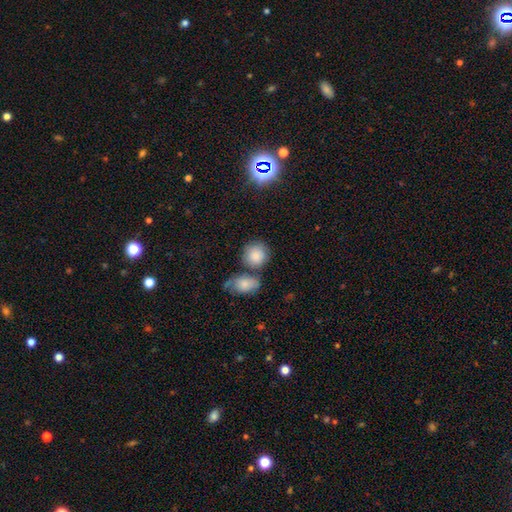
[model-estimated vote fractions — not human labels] Smooth or featured: smooth — 84% (featured or disk — 9%)
How rounded: round — 80% (in between — 19%)
Merging: none — 56% (merger — 24%)